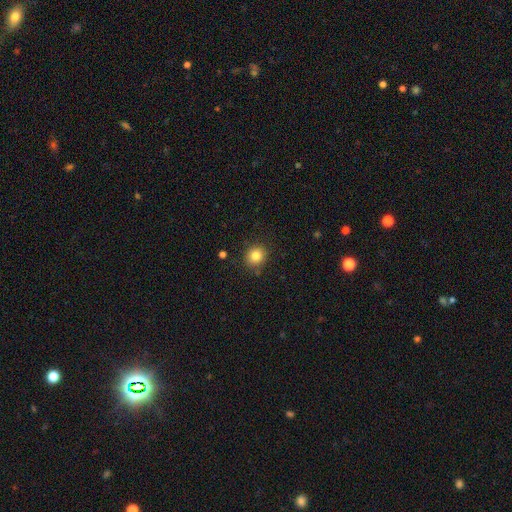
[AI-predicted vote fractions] smooth 83%, star or artifact 11%, featured or disk 6%. Down the decision tree: how rounded — round (85%); merging — none (87%).